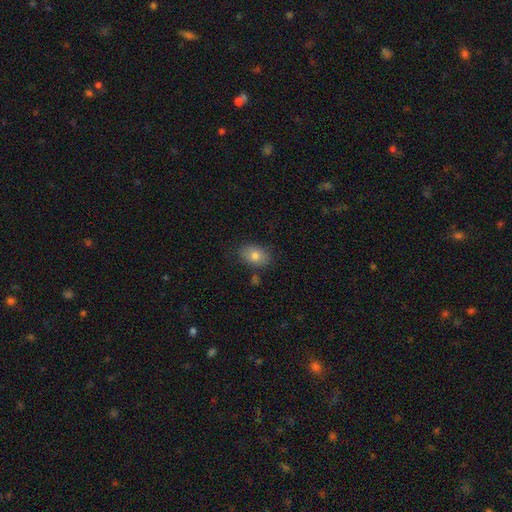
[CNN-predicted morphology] Overall: smooth (80%). How rounded: in between (80%). Merging: none (79%).